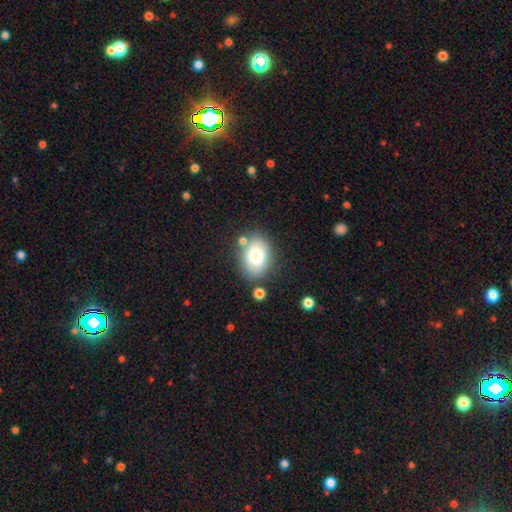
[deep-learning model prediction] This is likely a smooth galaxy (74%). How rounded: likely in between (70%). Merging: likely none (75%).